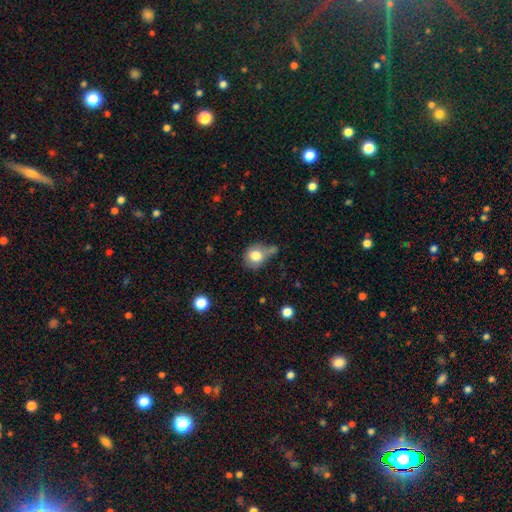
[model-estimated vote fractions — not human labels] Smooth or featured? smooth (79%)
How rounded? round (74%)
Merging? none (44%)